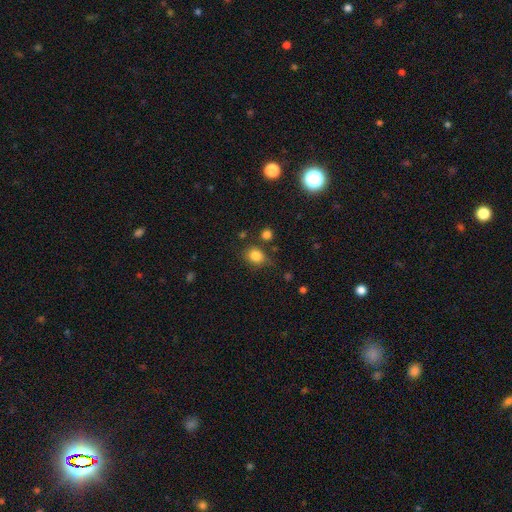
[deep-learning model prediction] This is clearly a smooth galaxy (82%). How rounded: likely round (60%). Merging: likely none (72%).